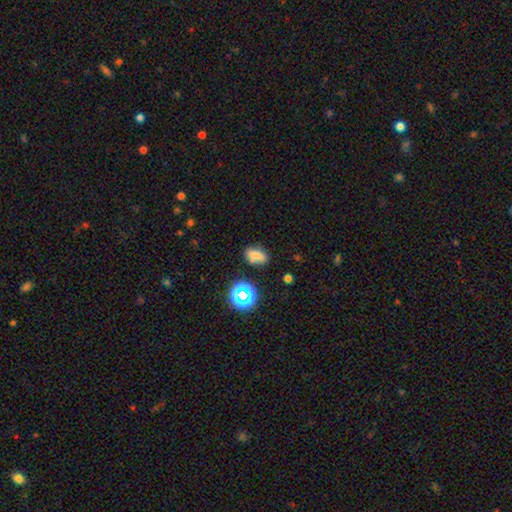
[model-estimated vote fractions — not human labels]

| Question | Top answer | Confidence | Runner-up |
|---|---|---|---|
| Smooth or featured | smooth | 72% | star or artifact (19%) |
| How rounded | in between | 79% | round (15%) |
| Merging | none | 69% | minor disturbance (19%) |